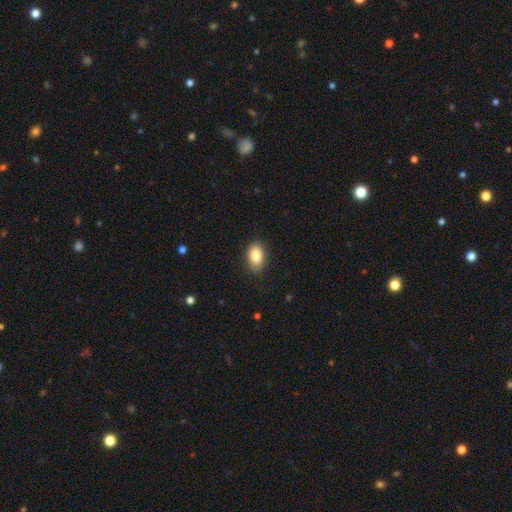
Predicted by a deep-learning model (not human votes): This appears to be a smooth galaxy with no disk features (84%) that is in between round and cigar-shaped (88%). Merging: none (85%).